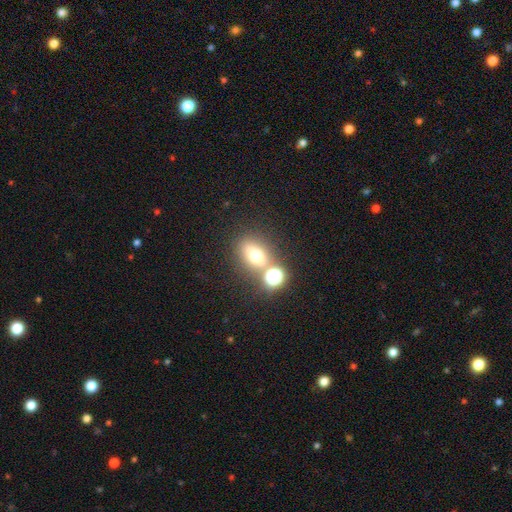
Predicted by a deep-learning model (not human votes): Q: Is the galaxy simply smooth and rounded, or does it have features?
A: smooth — 63%.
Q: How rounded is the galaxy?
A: in between — 54%.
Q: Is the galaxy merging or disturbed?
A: none — 60%.